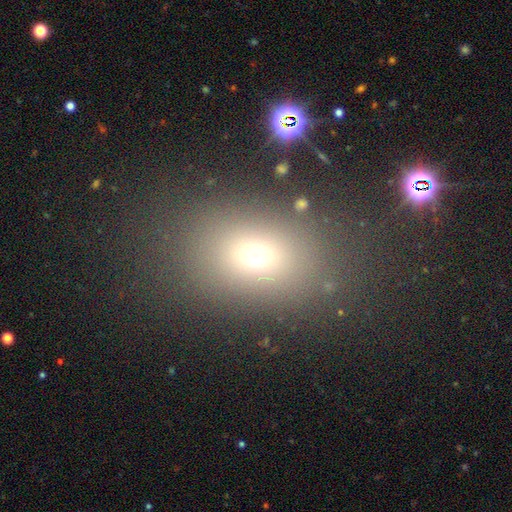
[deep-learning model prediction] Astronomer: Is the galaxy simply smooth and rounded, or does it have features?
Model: smooth — 67%.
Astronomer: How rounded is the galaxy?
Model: in between — 65%.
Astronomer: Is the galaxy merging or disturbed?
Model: none — 79%.